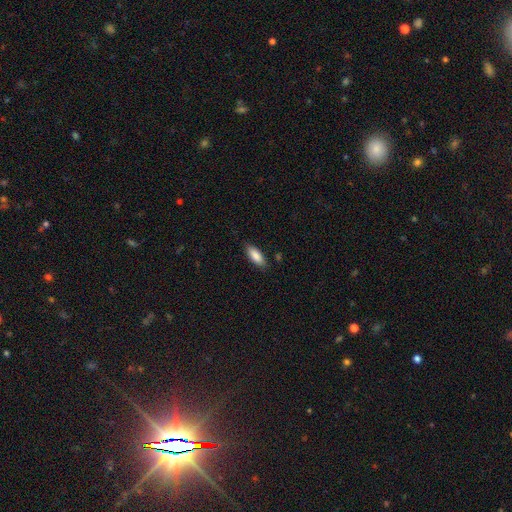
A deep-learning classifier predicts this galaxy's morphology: Smooth or featured: smooth — 87% (featured or disk — 7%)
How rounded: in between — 75% (cigar-shaped — 23%)
Merging: none — 84% (minor disturbance — 12%)